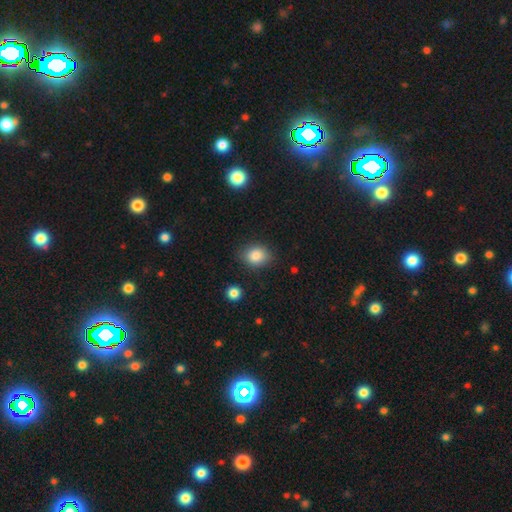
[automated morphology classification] This appears to be a smooth galaxy with no disk features (85%) that is in between round and cigar-shaped (53%). Merging: none (82%).